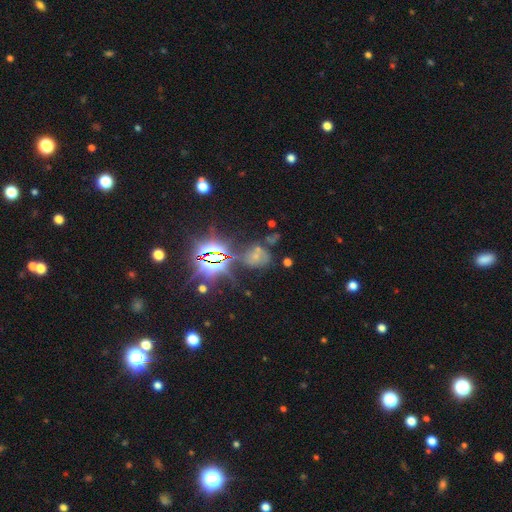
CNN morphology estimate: Smooth or featured? Predicted: star or artifact (p=0.45).